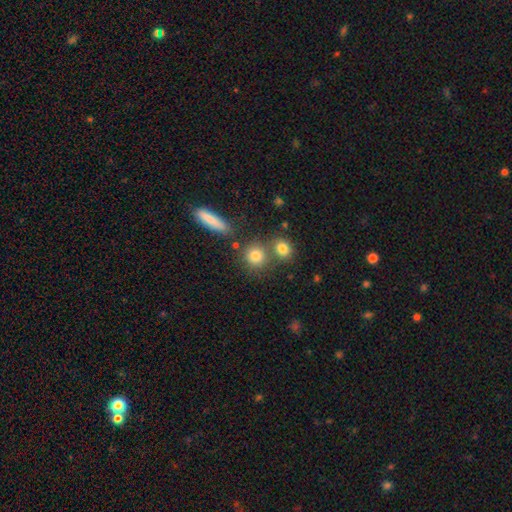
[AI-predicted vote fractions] A smooth galaxy with no disk features (80%) that is round (83%).

Vote fractions:
- Smooth or featured? smooth: 80% / star or artifact: 12% / featured or disk: 9%
- How rounded? round: 83% / in between: 14% / cigar-shaped: 3%
- Merging? none: 66% / merger: 21% / minor disturbance: 9% / major disturbance: 4%